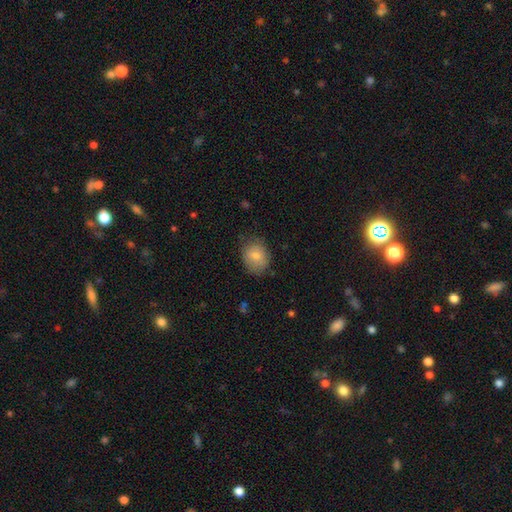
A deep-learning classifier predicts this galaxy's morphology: Smooth or featured? smooth (81%)
How rounded? in between (51%)
Merging? none (75%)